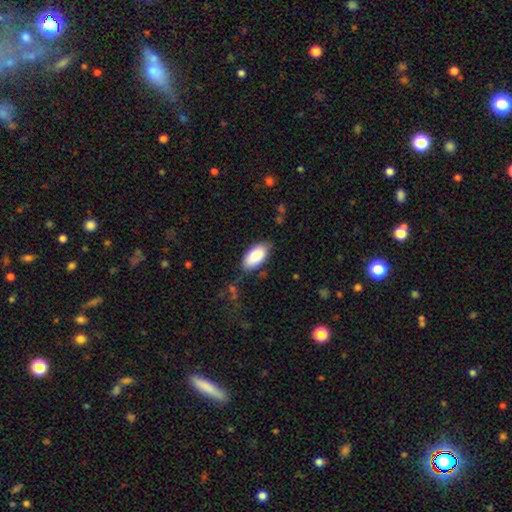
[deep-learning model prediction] smooth_or_featured: smooth (p=0.86) [alt: featured or disk p=0.08]
how_rounded: in between (p=0.94) [alt: cigar-shaped p=0.03]
merging: none (p=0.75) [alt: minor disturbance p=0.18]